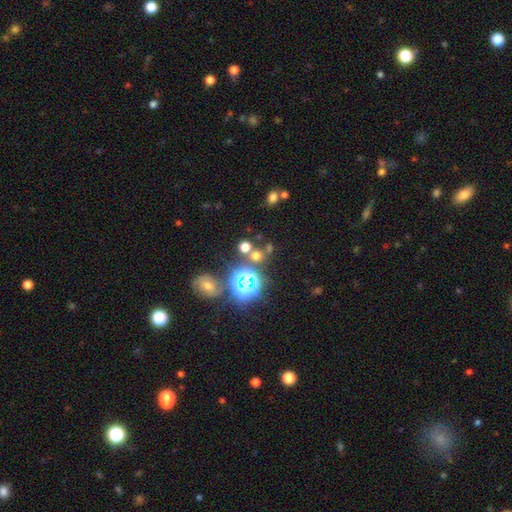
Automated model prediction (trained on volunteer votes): smooth-or-featured: smooth: 51% | star or artifact: 40% | featured or disk: 9%
  how-rounded: round: 83% | in between: 15% | cigar-shaped: 2%
  merging: none: 68% | merger: 18% | minor disturbance: 9% | major disturbance: 5%